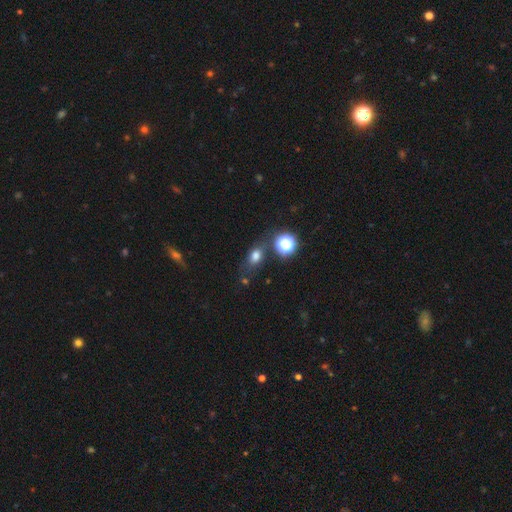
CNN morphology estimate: Smooth or featured? Predicted: smooth (p=0.70). How rounded? Predicted: in between (p=0.66). Merging? Predicted: none (p=0.62).